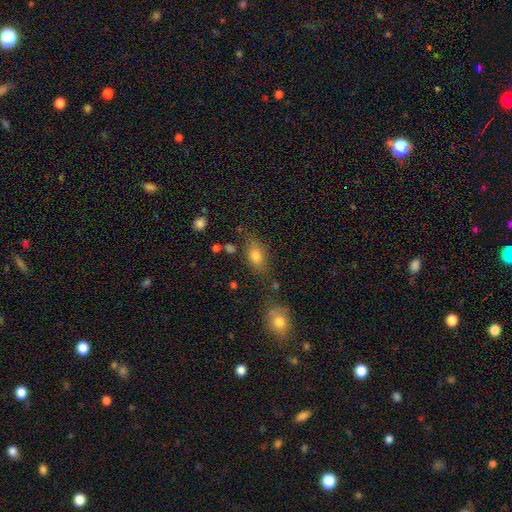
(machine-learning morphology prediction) Smooth or featured: smooth — 77% (featured or disk — 12%)
How rounded: in between — 78% (round — 18%)
Merging: none — 70% (minor disturbance — 18%)